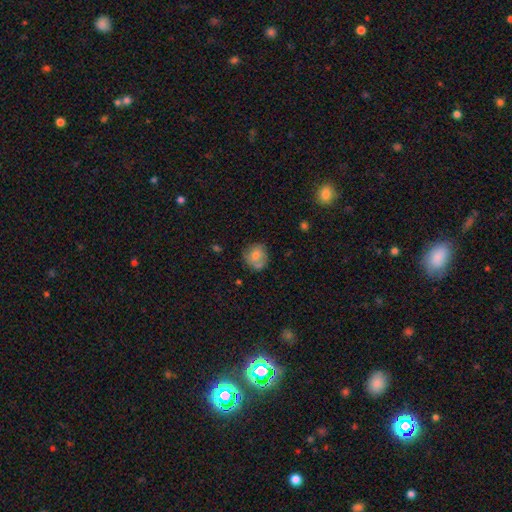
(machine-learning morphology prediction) Smooth or featured? smooth (65%)
How rounded? round (81%)
Merging? none (64%)